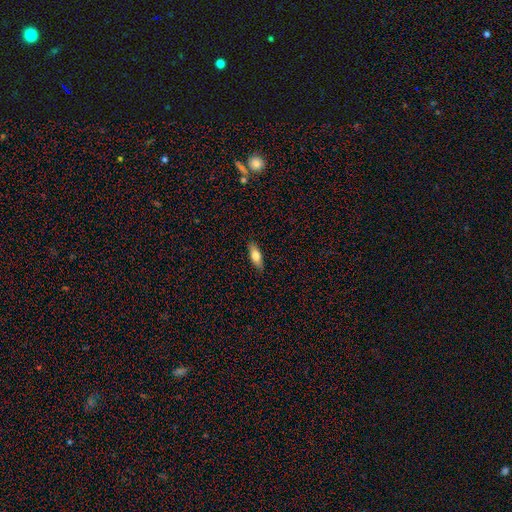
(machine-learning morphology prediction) The model was most divided on "how rounded": in between: 71%, cigar-shaped: 26%, round: 3%. More confident: merging — none (87%); smooth or featured — smooth (74%).